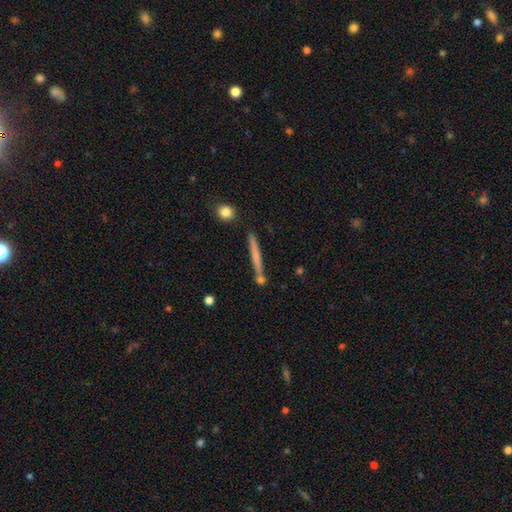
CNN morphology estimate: This is possibly a smooth galaxy (52%). How rounded: clearly cigar-shaped (95%). Merging: clearly none (81%).